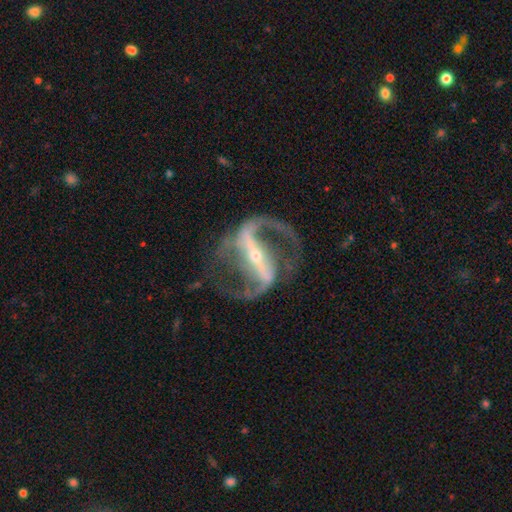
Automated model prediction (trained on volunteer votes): The model was most divided on "spiral winding": medium: 51%, loose: 34%, tight: 14%. More confident: spiral arms — yes (95%); edge-on disk — no (94%); spiral arm count — 2 (93%); smooth or featured — featured or disk (92%); bar — strong (83%); bulge size — small (74%); merging — none (70%).